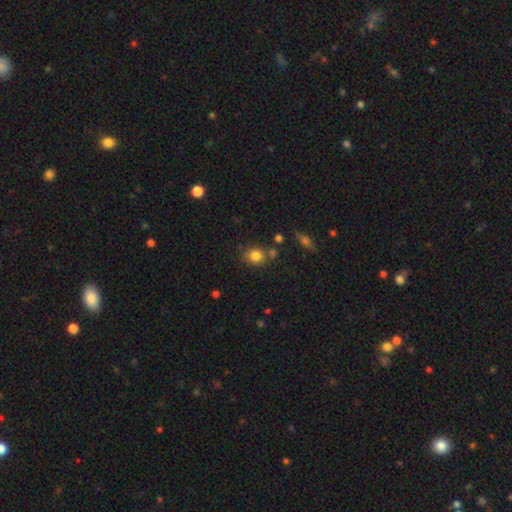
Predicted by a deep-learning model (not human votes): Overall: smooth (82%). How rounded: round (71%). Merging: none (69%).